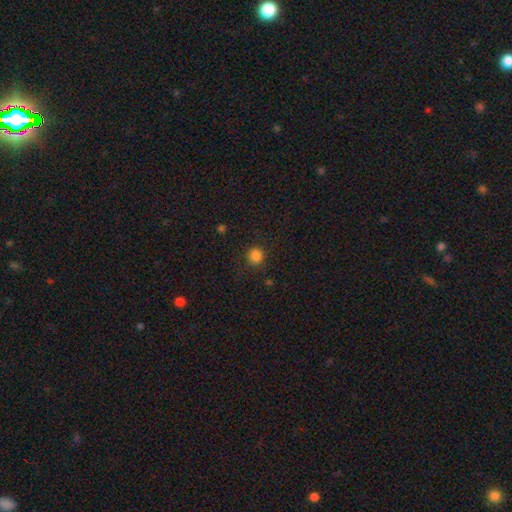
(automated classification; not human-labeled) Smooth or featured? Predicted: smooth (p=0.84). How rounded? Predicted: round (p=0.87). Merging? Predicted: none (p=0.85).